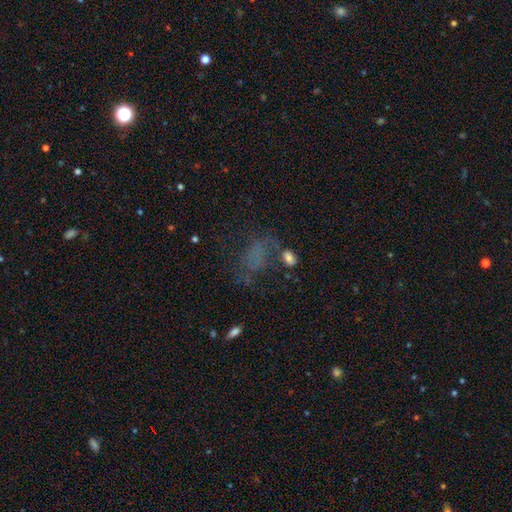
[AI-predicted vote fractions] Q: Smooth or featured?
A: smooth (45%); runner-up: featured or disk (29%)
Q: Merging?
A: none (37%); runner-up: major disturbance (34%)